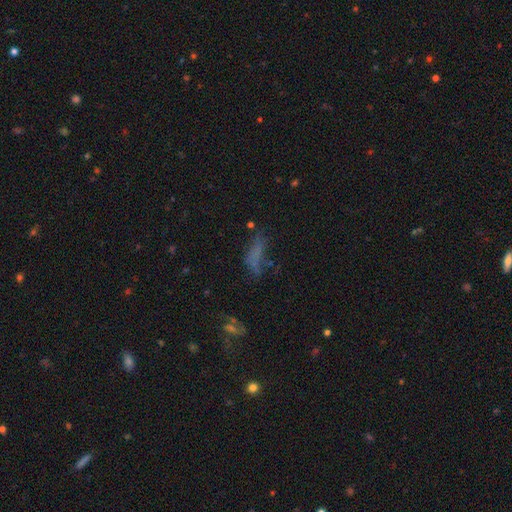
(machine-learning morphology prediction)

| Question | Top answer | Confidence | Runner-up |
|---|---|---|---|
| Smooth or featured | smooth | 49% | featured or disk (28%) |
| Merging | none | 41% | major disturbance (28%) |